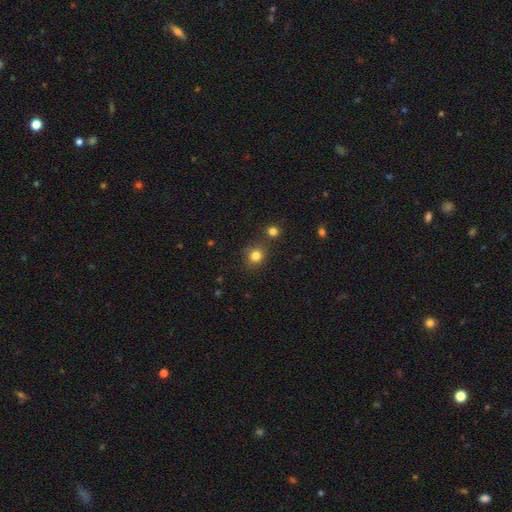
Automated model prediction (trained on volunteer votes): Smooth or featured: smooth — 81% (star or artifact — 13%)
How rounded: round — 81% (in between — 18%)
Merging: none — 77% (minor disturbance — 11%)